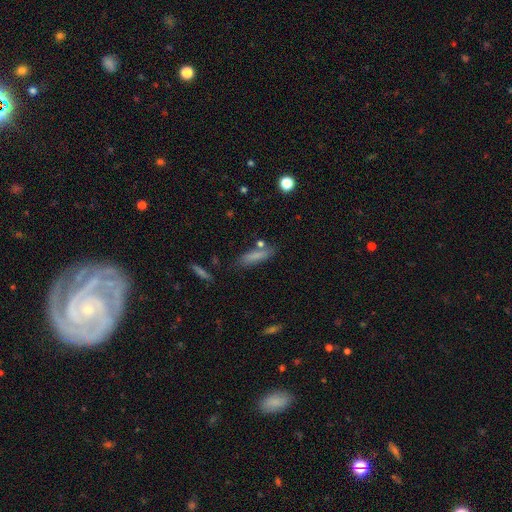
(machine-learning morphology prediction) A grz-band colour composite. It shows a smooth galaxy with no disk features (79%) that is cigar-shaped (65%). Merging: none (73%).